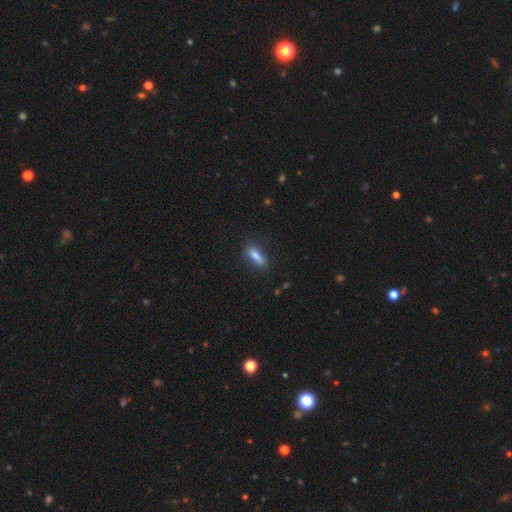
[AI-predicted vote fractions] Morphology: type=smooth (82%); roundness=in between (49%, tied with cigar-shaped); merging=none (78%).